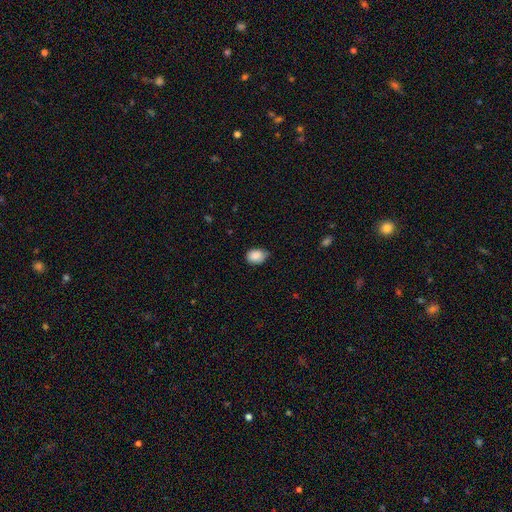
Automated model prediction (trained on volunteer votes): This is clearly a smooth galaxy (88%). How rounded: likely in between (72%). Merging: likely none (64%).